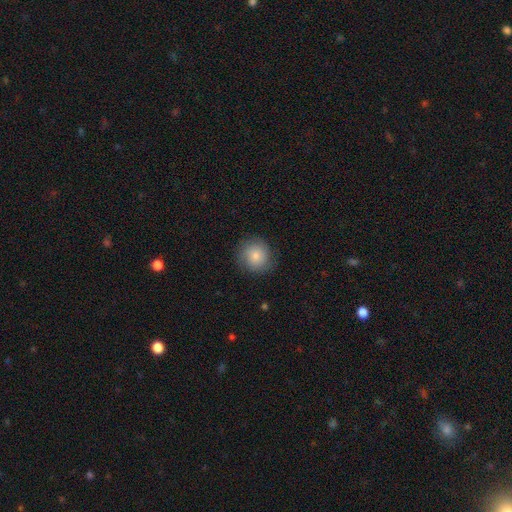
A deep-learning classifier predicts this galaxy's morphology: Smooth or featured?
  - smooth: 80% *
  - featured or disk: 12%
  - star or artifact: 8%
How rounded?
  - round: 91% *
  - in between: 8%
  - cigar-shaped: 1%
Merging?
  - none: 83% *
  - minor disturbance: 12%
  - major disturbance: 4%
  - merger: 1%